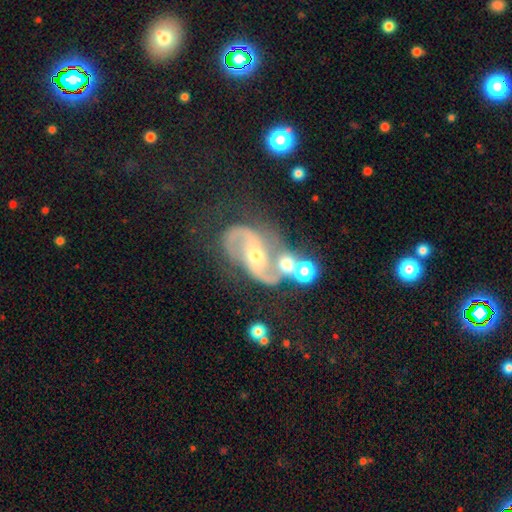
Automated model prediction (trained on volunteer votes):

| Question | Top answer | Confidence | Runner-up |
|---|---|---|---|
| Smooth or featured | featured or disk | 88% | star or artifact (7%) |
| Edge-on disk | no | 97% | yes (3%) |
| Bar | no | 39% | weak (32%) |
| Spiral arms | yes | 96% | no (4%) |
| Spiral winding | medium | 51% | loose (26%) |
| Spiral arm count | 2 | 89% | can't tell (3%) |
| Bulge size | moderate | 49% | small (47%) |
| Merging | none | 50% | merger (19%) |